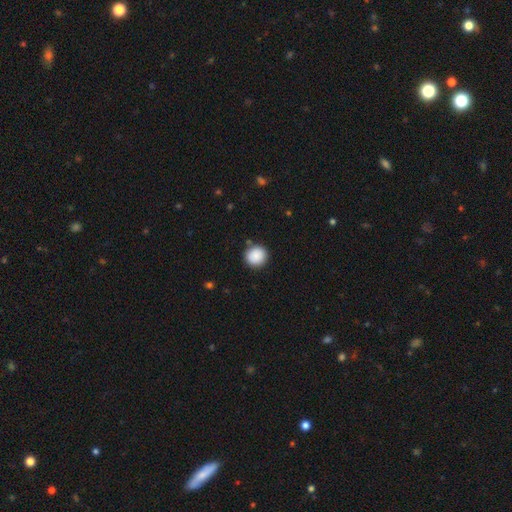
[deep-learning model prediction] Smooth or featured?
  - smooth: 89% *
  - star or artifact: 8%
  - featured or disk: 3%
How rounded?
  - round: 90% *
  - in between: 9%
  - cigar-shaped: 1%
Merging?
  - none: 88% *
  - minor disturbance: 8%
  - major disturbance: 2%
  - merger: 2%